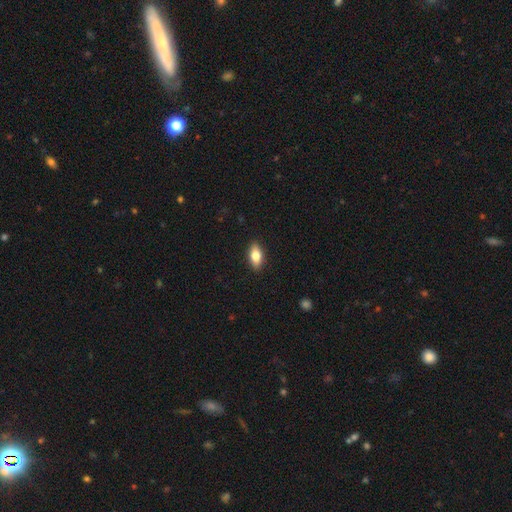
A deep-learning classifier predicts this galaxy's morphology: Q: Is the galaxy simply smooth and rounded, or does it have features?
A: smooth — 71%.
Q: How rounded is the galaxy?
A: in between — 83%.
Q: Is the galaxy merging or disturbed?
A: none — 89%.